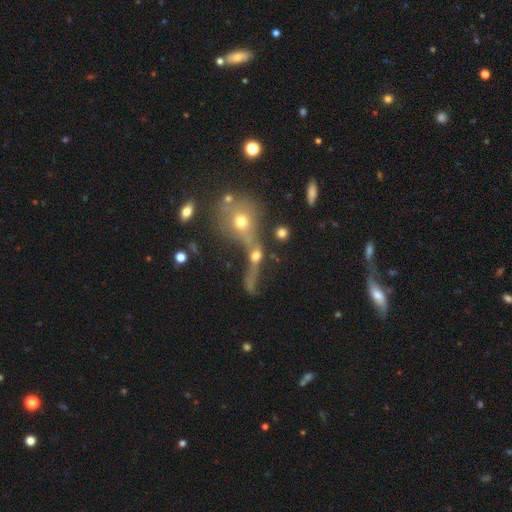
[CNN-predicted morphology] A smooth galaxy with no disk features (49%).

Vote fractions:
- Smooth or featured? smooth: 49% / featured or disk: 31% / star or artifact: 21%
- Merging? merger: 61% / none: 19% / major disturbance: 13% / minor disturbance: 7%